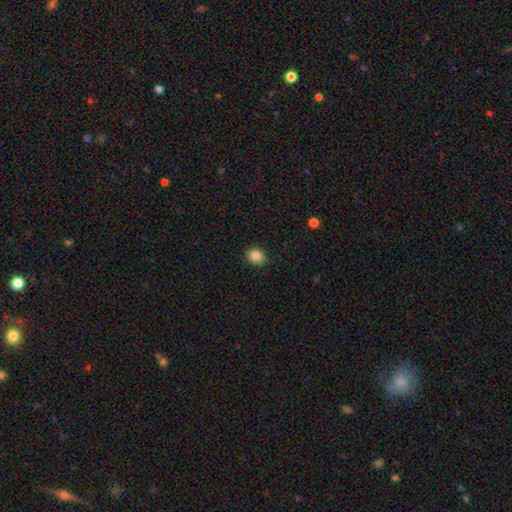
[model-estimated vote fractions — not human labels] The model was most divided on "how rounded": round: 68%, in between: 32%, cigar-shaped: 1%. More confident: merging — none (88%); smooth or featured — smooth (85%).